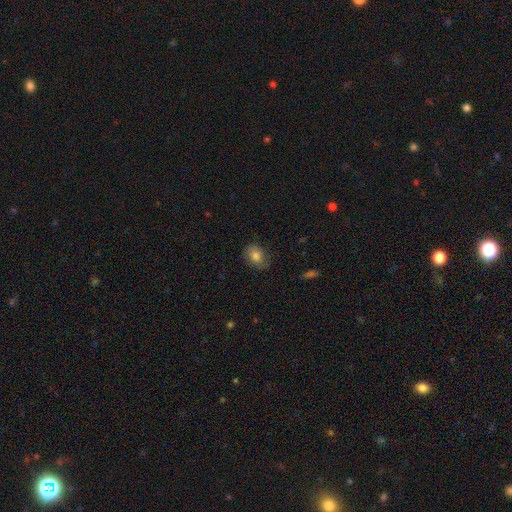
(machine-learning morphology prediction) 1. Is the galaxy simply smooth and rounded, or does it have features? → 81% smooth, 10% featured or disk, 9% star or artifact.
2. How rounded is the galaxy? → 69% in between, 29% round, 1% cigar-shaped.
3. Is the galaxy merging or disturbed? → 77% none, 17% minor disturbance, 4% major disturbance, 1% merger.